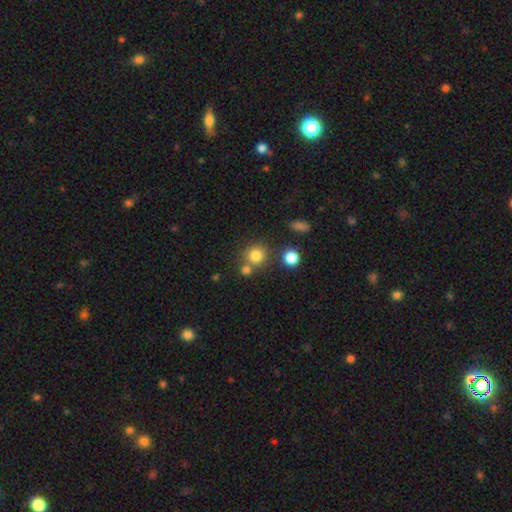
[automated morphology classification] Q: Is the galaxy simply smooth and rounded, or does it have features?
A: smooth — 80%.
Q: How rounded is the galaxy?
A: round — 88%.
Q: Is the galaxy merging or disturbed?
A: none — 68%.